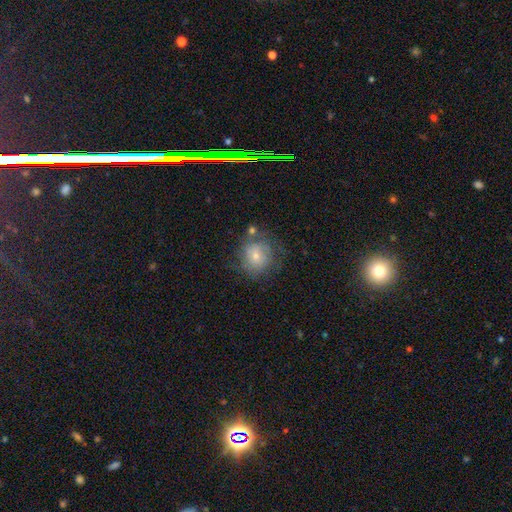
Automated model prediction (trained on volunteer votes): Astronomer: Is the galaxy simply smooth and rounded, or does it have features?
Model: featured or disk — 46% (runner-up: smooth, 44%).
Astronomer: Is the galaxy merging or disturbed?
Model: none — 60%.